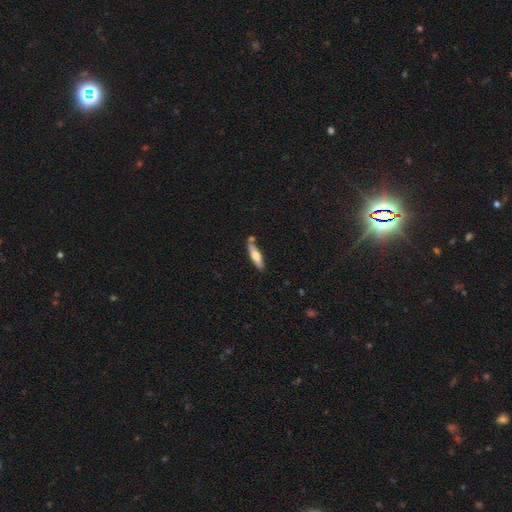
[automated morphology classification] type=smooth (56%); roundness=cigar-shaped (67%); merging=none (73%).